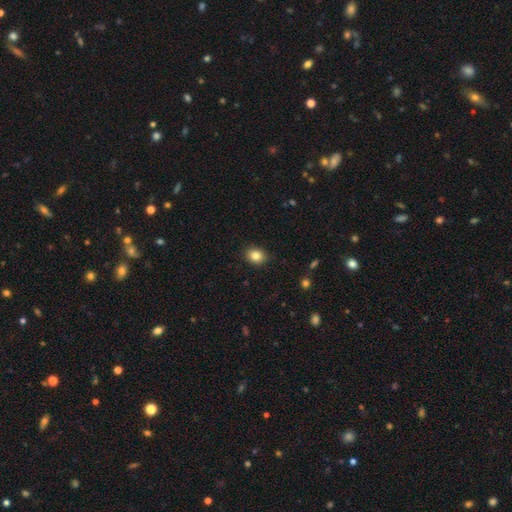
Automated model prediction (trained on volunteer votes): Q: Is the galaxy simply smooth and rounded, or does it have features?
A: smooth — 84%.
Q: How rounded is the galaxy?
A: in between — 51%.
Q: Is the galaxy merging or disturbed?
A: none — 89%.